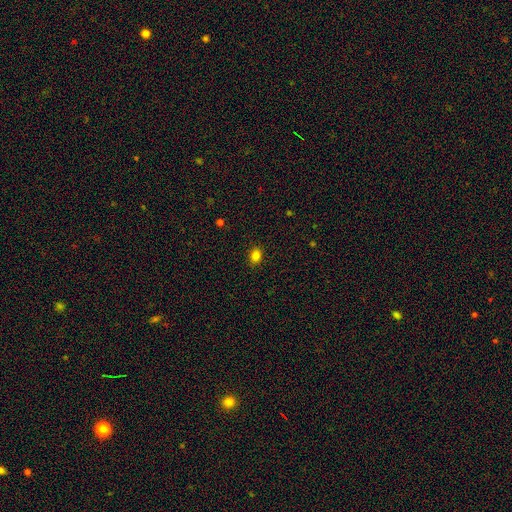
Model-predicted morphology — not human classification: Overall: smooth (83%). How rounded: in between (67%; round 32%). Merging: none (89%).